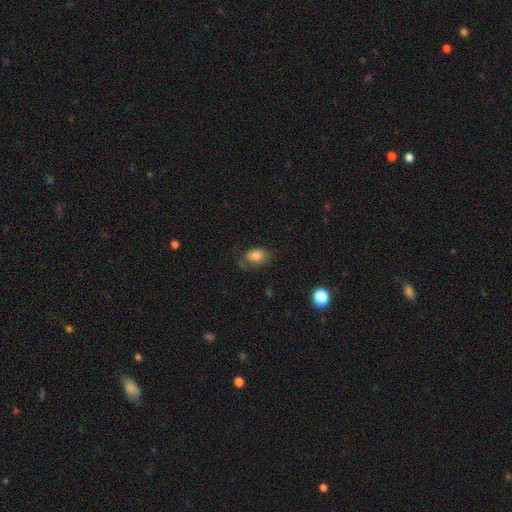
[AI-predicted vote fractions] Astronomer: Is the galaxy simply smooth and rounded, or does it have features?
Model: smooth — 80%.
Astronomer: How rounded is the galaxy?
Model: in between — 75%.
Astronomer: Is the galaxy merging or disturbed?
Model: none — 57%.